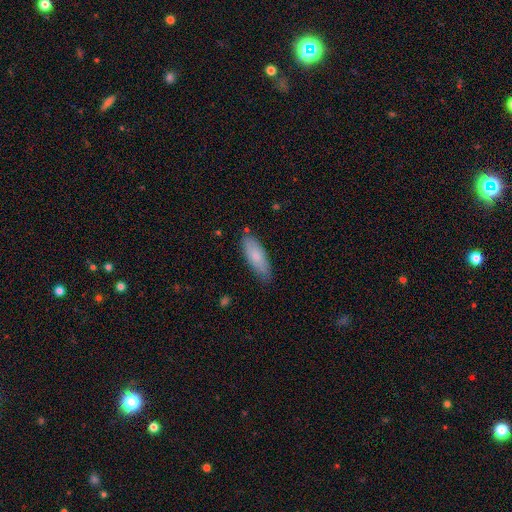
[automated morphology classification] Smooth or featured? Predicted: smooth (p=0.81). How rounded? Predicted: in between (p=0.64). Merging? Predicted: none (p=0.80).